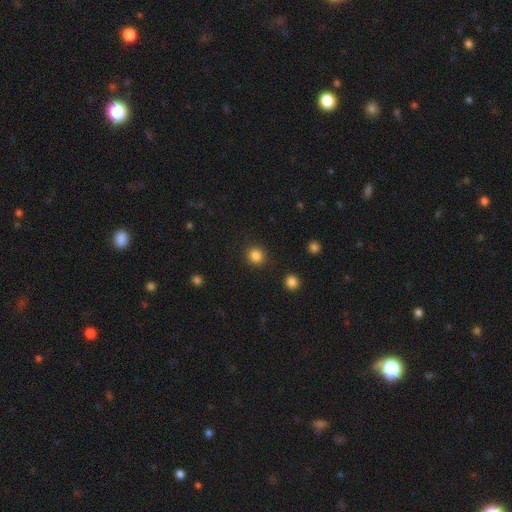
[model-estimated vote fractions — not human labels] The model was most divided on "smooth or featured": smooth: 84%, star or artifact: 12%, featured or disk: 4%. More confident: how rounded — round (90%); merging — none (89%).